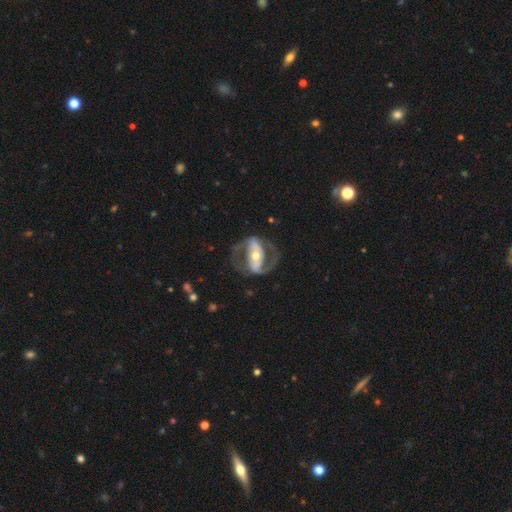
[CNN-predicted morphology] Overall: featured or disk (86%). Edge-on disk: no (95%). Bar: strong (54%; weak 24%). Spiral arms: yes (88%). Spiral arm count: 2 (89%). Spiral winding: medium (53%; loose 26%). Bulge size: moderate (60%; small 31%). Merging: none (68%).